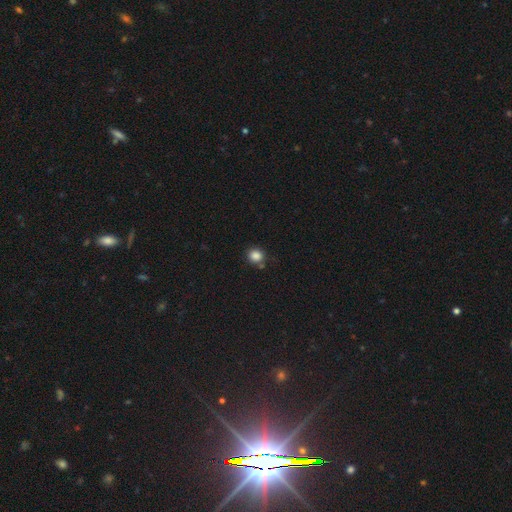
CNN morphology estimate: type=smooth (85%); roundness=round (82%); merging=none (75%).